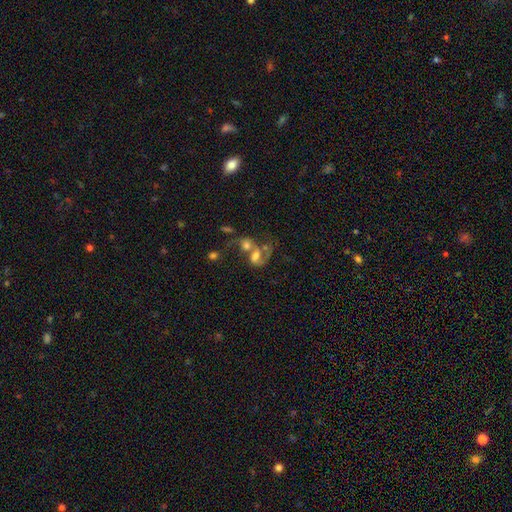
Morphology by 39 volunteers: A smooth galaxy with no disk features (69%) that is in between round and cigar-shaped (81%).

Vote fractions:
- Smooth or featured? smooth: 69% / featured or disk: 28% / star or artifact: 3%
- How rounded? in between: 81% / round: 19% / cigar-shaped: 0%
- Merging? merger: 92% / major disturbance: 5% / none: 3% / minor disturbance: 0%